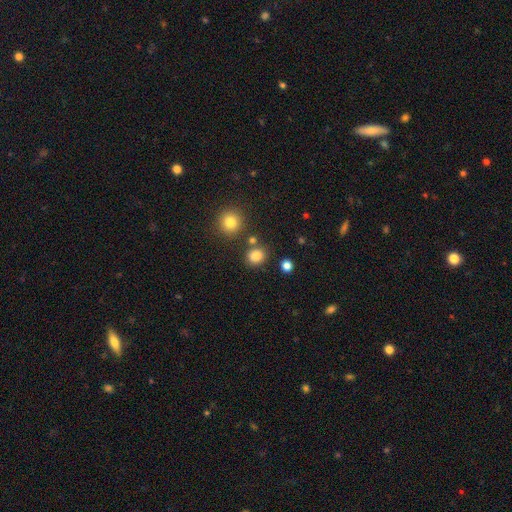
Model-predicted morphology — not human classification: smooth-or-featured: smooth: 83% | star or artifact: 13% | featured or disk: 4%
  how-rounded: round: 70% | in between: 29% | cigar-shaped: 1%
  merging: none: 78% | minor disturbance: 10% | merger: 9% | major disturbance: 4%